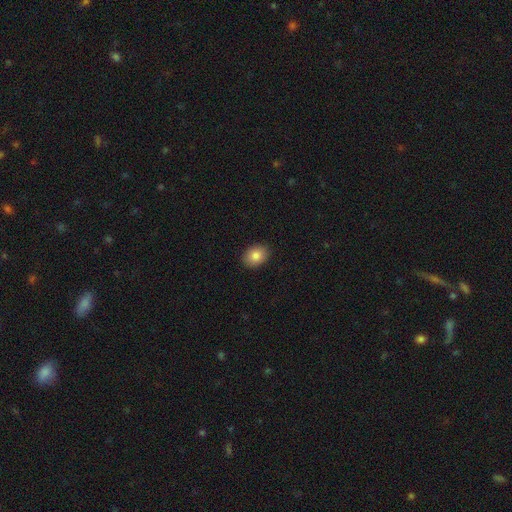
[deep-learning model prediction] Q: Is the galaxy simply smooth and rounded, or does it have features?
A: smooth — 85%.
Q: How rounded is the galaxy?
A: in between — 65%.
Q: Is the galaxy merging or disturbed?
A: none — 90%.